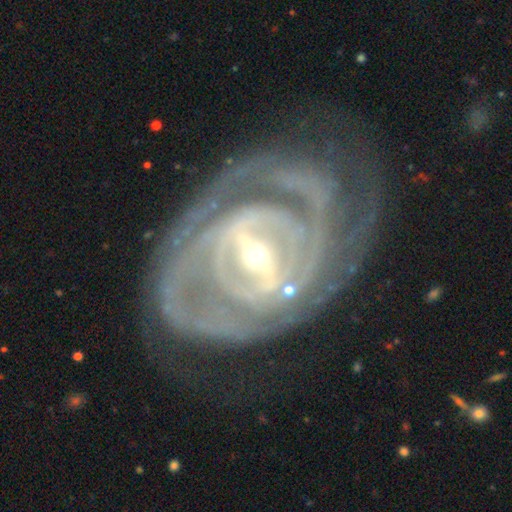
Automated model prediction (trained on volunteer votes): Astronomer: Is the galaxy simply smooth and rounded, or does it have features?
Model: featured or disk — 90%.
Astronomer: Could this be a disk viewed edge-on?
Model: no — 96%.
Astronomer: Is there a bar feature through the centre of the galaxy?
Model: strong — 58% (runner-up: weak, 33%).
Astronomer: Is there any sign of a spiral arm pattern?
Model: yes — 94%.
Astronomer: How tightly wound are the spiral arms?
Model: tight — 75%.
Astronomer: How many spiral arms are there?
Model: can't tell — 32% (runner-up: 2, 26%).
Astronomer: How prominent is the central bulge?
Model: small — 61%.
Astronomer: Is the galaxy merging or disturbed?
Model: none — 65%.